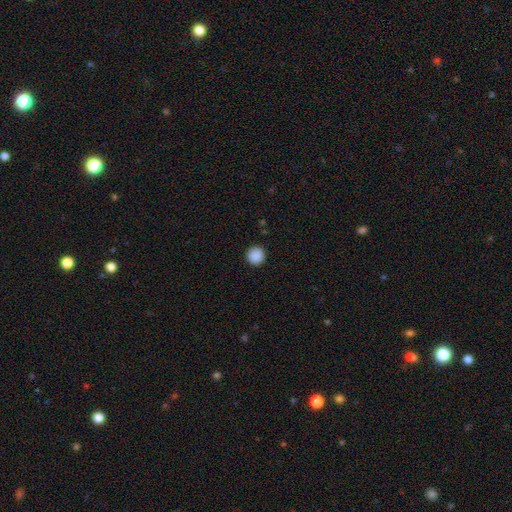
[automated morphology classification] This is clearly a smooth galaxy (89%). How rounded: clearly round (95%). Merging: clearly none (92%).